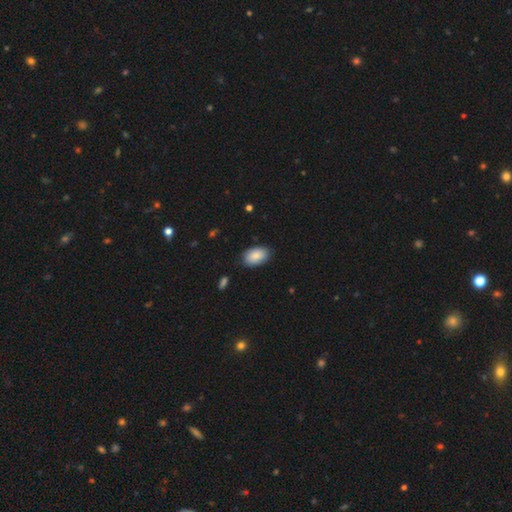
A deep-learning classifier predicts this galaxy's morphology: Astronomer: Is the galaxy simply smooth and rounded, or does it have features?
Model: smooth — 88%.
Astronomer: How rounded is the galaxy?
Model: in between — 93%.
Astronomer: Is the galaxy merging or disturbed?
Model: none — 85%.